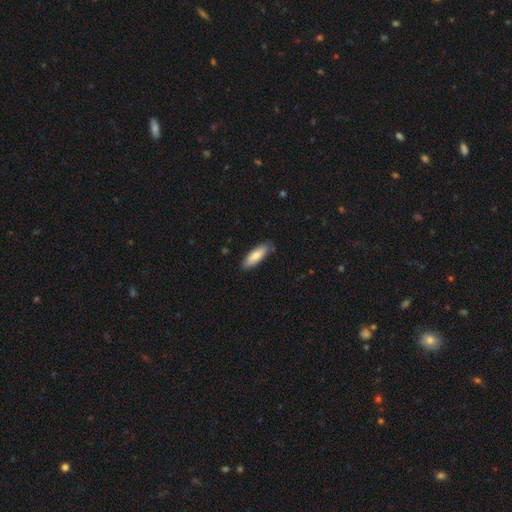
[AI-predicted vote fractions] Smooth or featured?
  - smooth: 76% *
  - featured or disk: 19%
  - star or artifact: 6%
How rounded?
  - in between: 61% *
  - cigar-shaped: 37%
  - round: 2%
Merging?
  - none: 82% *
  - minor disturbance: 15%
  - major disturbance: 2%
  - merger: 2%